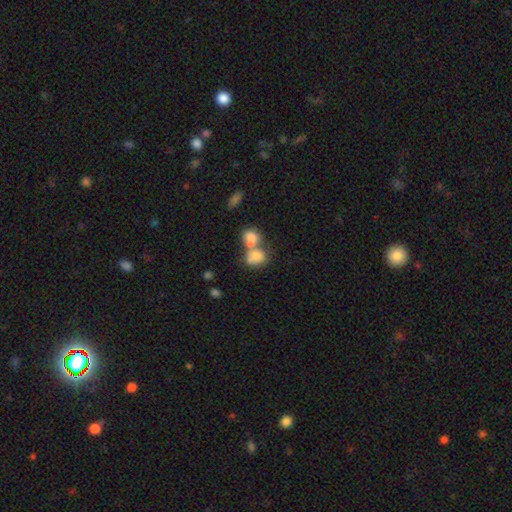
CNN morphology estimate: Overall: smooth (73%). How rounded: in between (56%; round 43%). Merging: merger (65%).